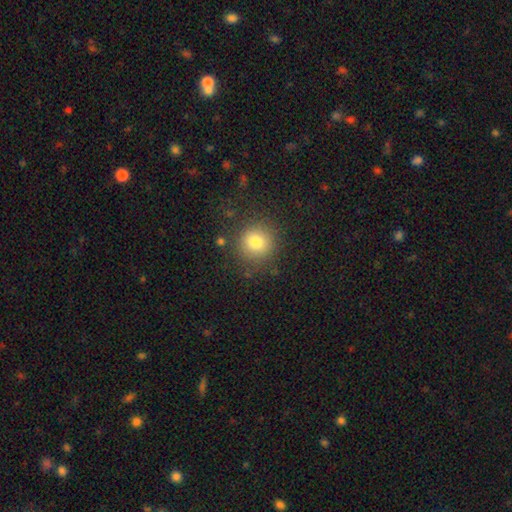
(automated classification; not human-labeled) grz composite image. It shows a smooth galaxy with no disk features (75%) that is round (94%). Merging: none (89%).